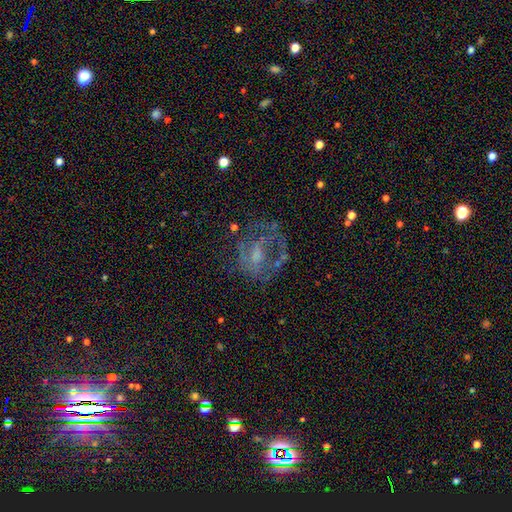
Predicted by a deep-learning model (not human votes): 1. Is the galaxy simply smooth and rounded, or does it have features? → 65% featured or disk, 21% smooth, 14% star or artifact.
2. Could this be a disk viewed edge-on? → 97% no, 3% yes.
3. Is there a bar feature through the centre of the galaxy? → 53% no, 37% weak, 10% strong.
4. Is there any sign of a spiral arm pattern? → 52% yes, 48% no.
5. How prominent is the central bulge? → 33% moderate, 30% none, 30% small, 6% large, 1% dominant.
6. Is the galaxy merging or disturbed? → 49% none, 29% major disturbance, 18% minor disturbance, 4% merger.